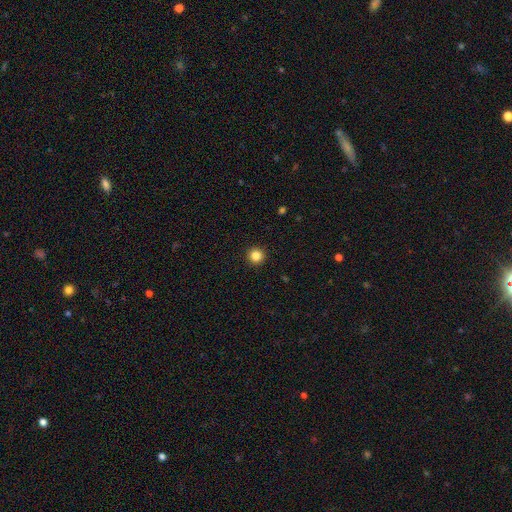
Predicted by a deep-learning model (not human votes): Q: Smooth or featured?
A: smooth (86%); runner-up: star or artifact (11%)
Q: How rounded?
A: round (95%); runner-up: in between (4%)
Q: Merging?
A: none (93%); runner-up: minor disturbance (4%)